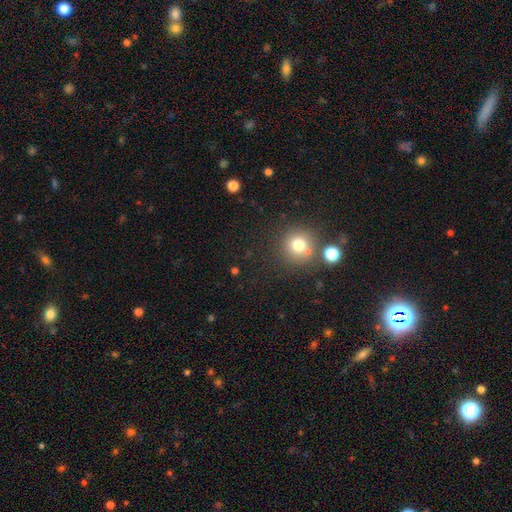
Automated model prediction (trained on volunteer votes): smooth_or_featured: smooth (p=0.52) [alt: star or artifact p=0.41]
how_rounded: round (p=0.93) [alt: in between p=0.06]
merging: none (p=0.83) [alt: minor disturbance p=0.07]